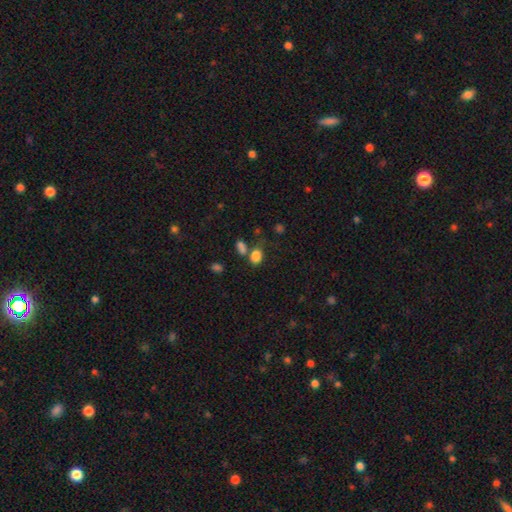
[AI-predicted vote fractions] Smooth or featured?
  - smooth: 81% *
  - star or artifact: 13%
  - featured or disk: 6%
How rounded?
  - in between: 74% *
  - round: 25%
  - cigar-shaped: 2%
Merging?
  - none: 46% *
  - merger: 29%
  - minor disturbance: 16%
  - major disturbance: 9%